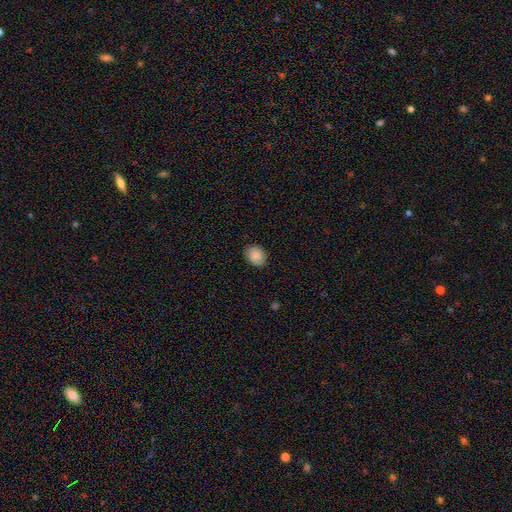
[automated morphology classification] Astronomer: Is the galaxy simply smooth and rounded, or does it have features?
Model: smooth — 88%.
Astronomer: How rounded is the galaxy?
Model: in between — 51% (runner-up: round, 48%).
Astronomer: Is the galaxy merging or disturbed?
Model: none — 87%.